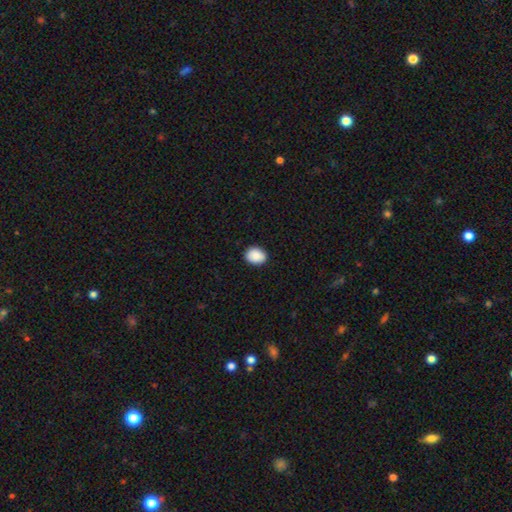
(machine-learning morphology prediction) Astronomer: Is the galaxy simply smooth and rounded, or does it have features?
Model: smooth — 90%.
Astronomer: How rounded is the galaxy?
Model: in between — 60% (runner-up: round, 39%).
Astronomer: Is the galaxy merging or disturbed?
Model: none — 89%.